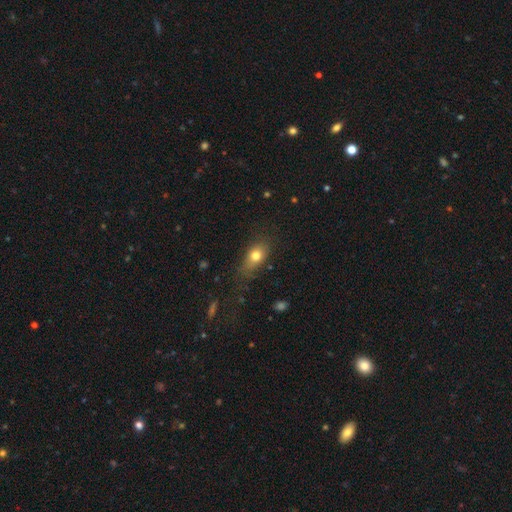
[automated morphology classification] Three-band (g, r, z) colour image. It shows a smooth galaxy with no disk features (75%) that is in between round and cigar-shaped (70%). Merging: none (64%).